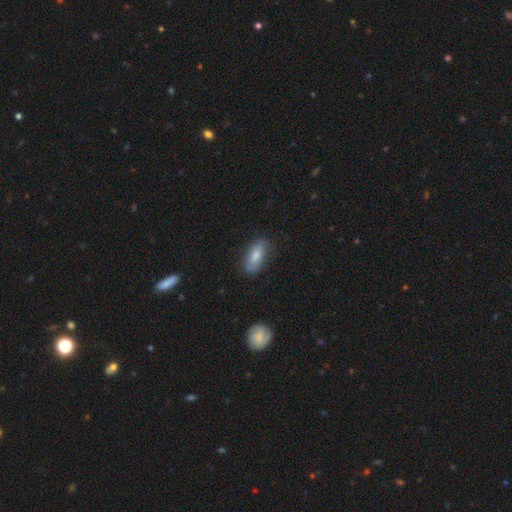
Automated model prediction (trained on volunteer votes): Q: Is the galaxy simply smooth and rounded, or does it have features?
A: smooth — 79%.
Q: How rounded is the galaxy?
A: in between — 83%.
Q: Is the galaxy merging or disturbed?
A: none — 74%.